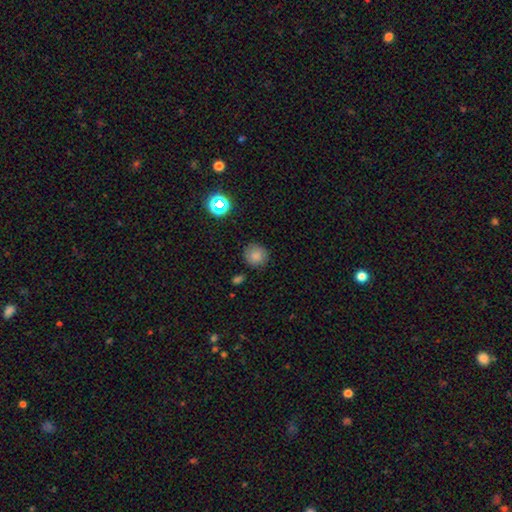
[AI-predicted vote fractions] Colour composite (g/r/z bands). It shows a smooth galaxy with no disk features (81%) that is round (91%). Merging: none (83%).